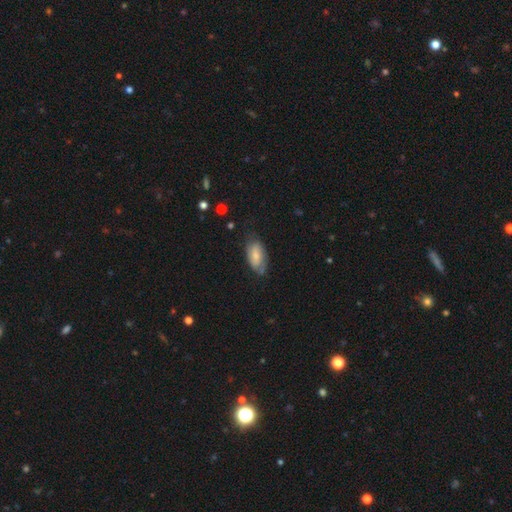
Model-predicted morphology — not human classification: This appears to be a smooth galaxy with no disk features (62%) that is in between round and cigar-shaped (92%). Merging: none (60%).